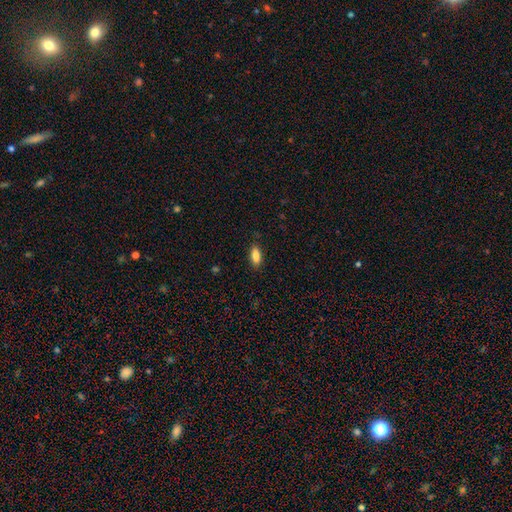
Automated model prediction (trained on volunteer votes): A smooth galaxy with no disk features (87%) that is in between round and cigar-shaped (81%).

Vote fractions:
- Smooth or featured? smooth: 87% / star or artifact: 7% / featured or disk: 6%
- How rounded? in between: 81% / cigar-shaped: 17% / round: 2%
- Merging? none: 87% / minor disturbance: 10% / major disturbance: 2% / merger: 1%